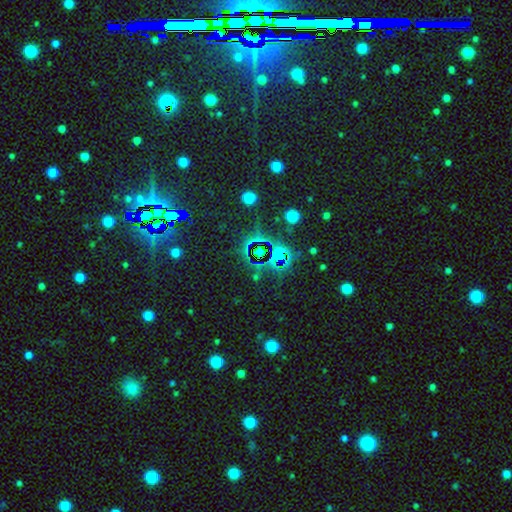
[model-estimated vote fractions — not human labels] A star or artifact, not a galaxy (75%).

Vote fractions:
- Smooth or featured? star or artifact: 75% / smooth: 15% / featured or disk: 10%